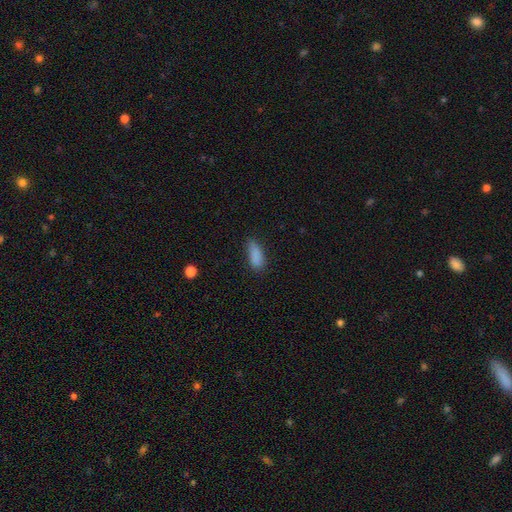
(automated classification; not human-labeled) Smooth or featured? Predicted: smooth (p=0.86). How rounded? Predicted: in between (p=0.76). Merging? Predicted: none (p=0.69).